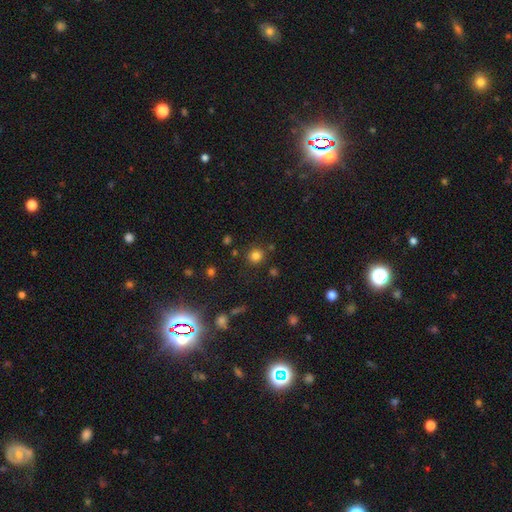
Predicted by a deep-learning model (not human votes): Q: Smooth or featured?
A: smooth (80%); runner-up: star or artifact (14%)
Q: How rounded?
A: round (91%); runner-up: in between (8%)
Q: Merging?
A: none (86%); runner-up: minor disturbance (7%)